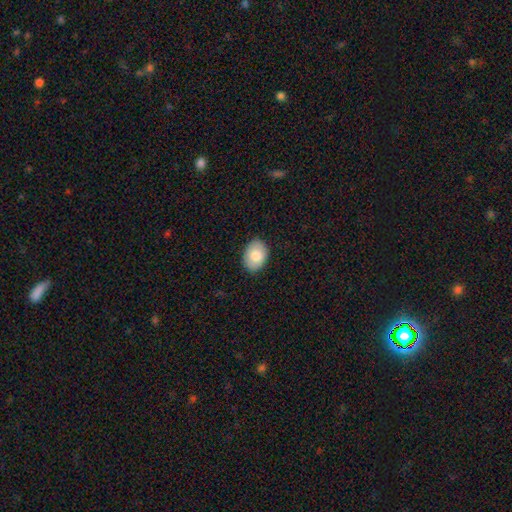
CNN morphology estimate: The model was most divided on "how rounded": in between: 79%, round: 20%, cigar-shaped: 1%. More confident: merging — none (88%); smooth or featured — smooth (82%).